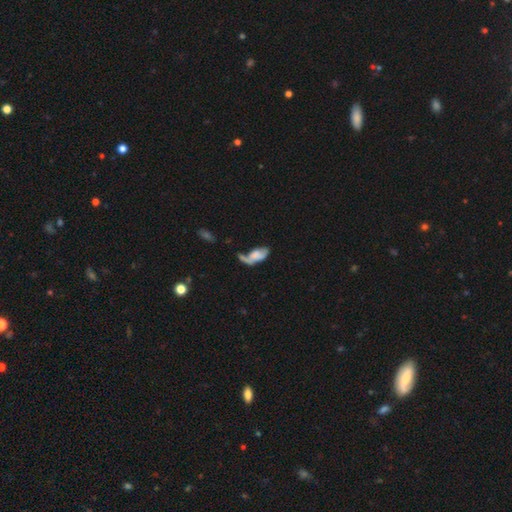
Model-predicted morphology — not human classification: A smooth galaxy with no disk features (53%) that is in between round and cigar-shaped (87%). Merging: major disturbance (31%).